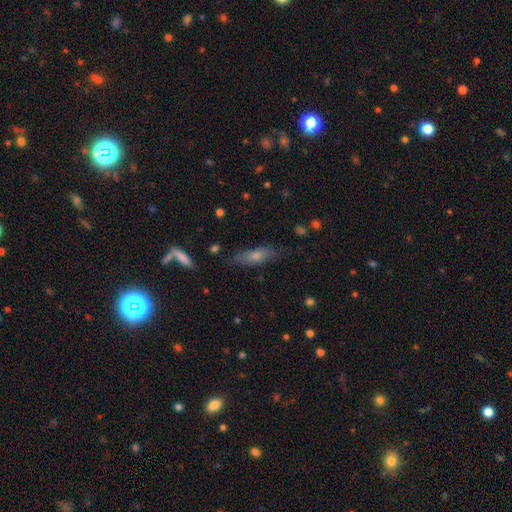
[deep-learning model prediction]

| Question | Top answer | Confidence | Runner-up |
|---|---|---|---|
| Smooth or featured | smooth | 66% | featured or disk (27%) |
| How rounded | cigar-shaped | 56% | in between (41%) |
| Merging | none | 74% | minor disturbance (19%) |